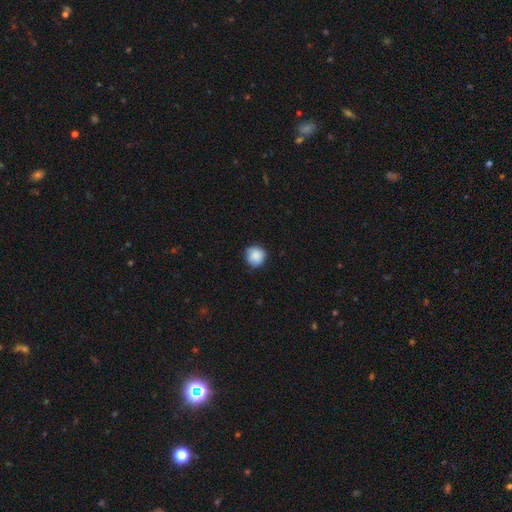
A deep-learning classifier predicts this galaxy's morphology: This appears to be a smooth galaxy with no disk features (87%) that is round (92%). Merging: none (81%).